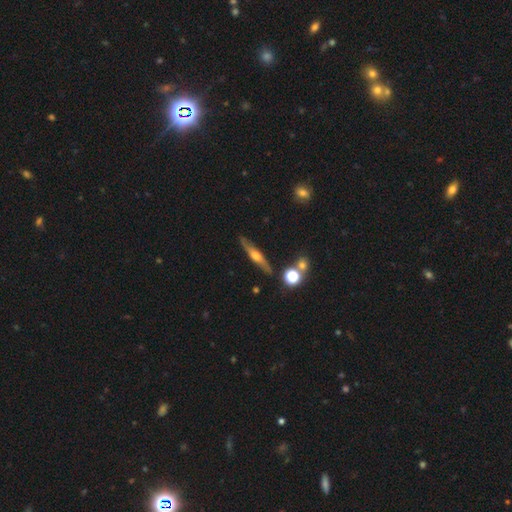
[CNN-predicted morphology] smooth_or_featured: featured or disk (p=0.66) [alt: smooth p=0.27]
disk_edge_on: yes (p=0.91) [alt: no p=0.09]
edge_on_bulge: rounded (p=0.89) [alt: boxy p=0.06]
merging: none (p=0.83) [alt: minor disturbance p=0.11]